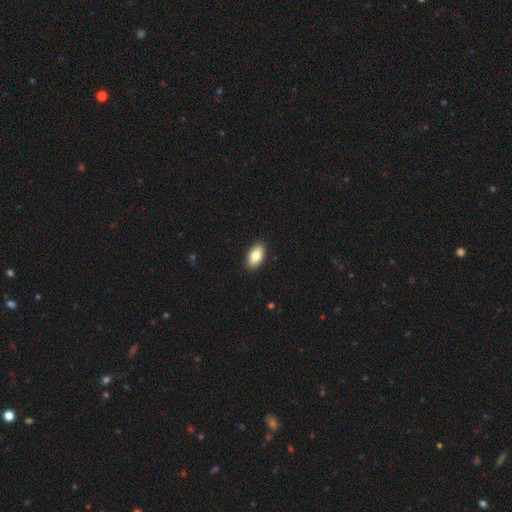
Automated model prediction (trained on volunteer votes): smooth-or-featured: smooth: 81% | featured or disk: 12% | star or artifact: 7%
  how-rounded: in between: 94% | round: 4% | cigar-shaped: 2%
  merging: none: 91% | minor disturbance: 7% | major disturbance: 2% | merger: 1%